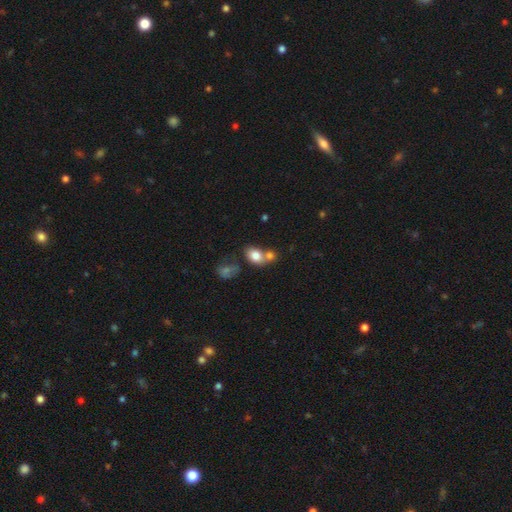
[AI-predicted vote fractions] Morphology: type=smooth (78%); roundness=in between (63%); merging=merger (53%).